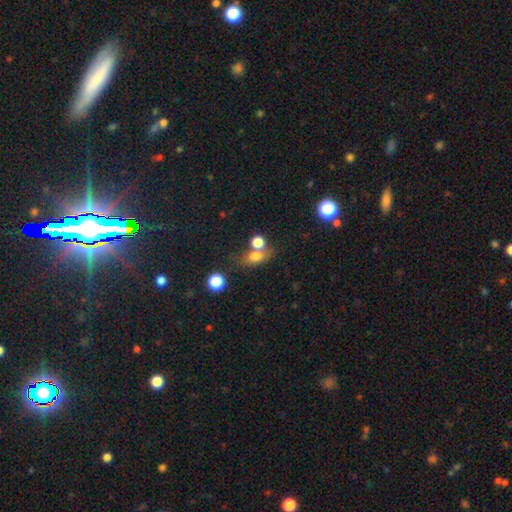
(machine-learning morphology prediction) type=smooth (73%); roundness=in between (60%); merging=none (51%).